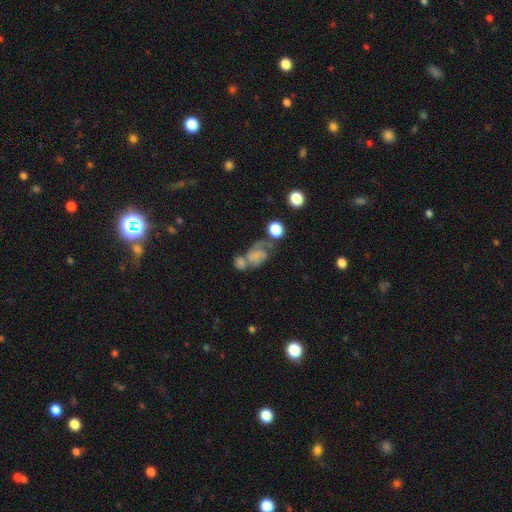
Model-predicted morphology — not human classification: featured or disk 56%, smooth 33%, star or artifact 11%. Down the decision tree: edge-on disk — no (97%); bar — no (70%); spiral arms — yes (78%); bulge size — none (46%); merging — merger (44%).